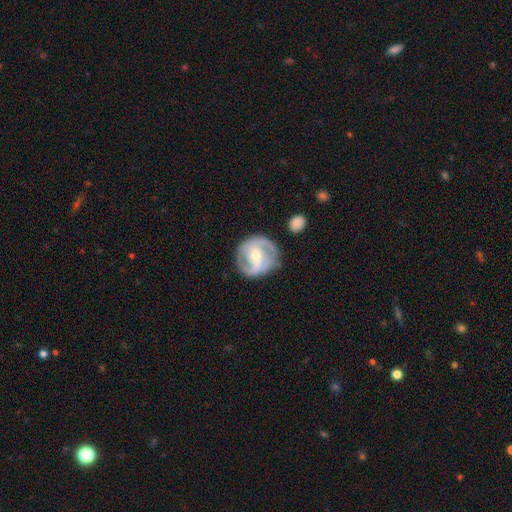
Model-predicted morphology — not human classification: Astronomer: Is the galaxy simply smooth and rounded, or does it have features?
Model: featured or disk — 79%.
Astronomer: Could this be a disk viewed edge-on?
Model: no — 97%.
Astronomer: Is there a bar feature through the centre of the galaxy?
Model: weak — 39% (runner-up: no, 31%).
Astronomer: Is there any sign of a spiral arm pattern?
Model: yes — 87%.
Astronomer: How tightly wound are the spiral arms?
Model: medium — 47% (runner-up: tight, 34%).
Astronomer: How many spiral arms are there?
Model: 2 — 76%.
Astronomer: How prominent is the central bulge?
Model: small — 49% (runner-up: moderate, 47%).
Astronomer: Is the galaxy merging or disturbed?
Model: none — 77%.